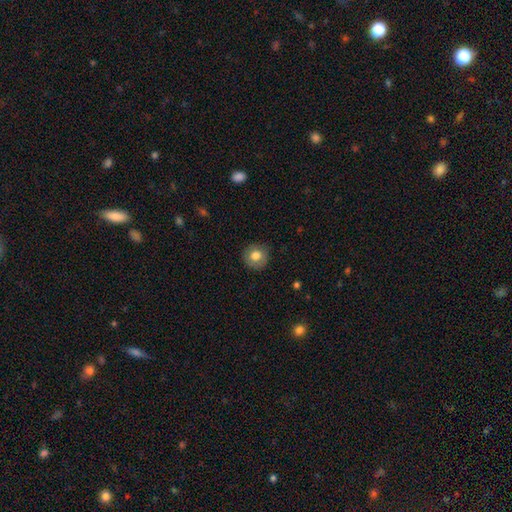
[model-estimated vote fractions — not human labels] This is likely a smooth galaxy (74%). How rounded: clearly round (90%). Merging: clearly none (85%).